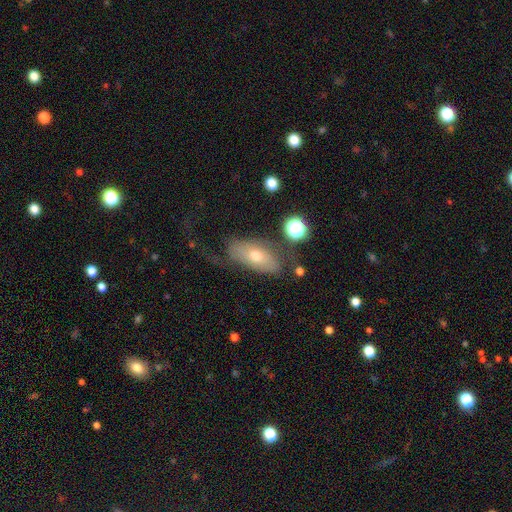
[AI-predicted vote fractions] Smooth or featured? Predicted: smooth (p=0.46). Merging? Predicted: none (p=0.48).